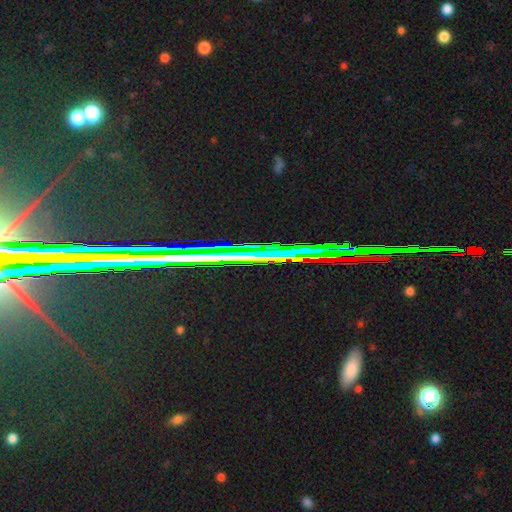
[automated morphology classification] smooth_or_featured: star or artifact (p=0.80) [alt: featured or disk p=0.12]